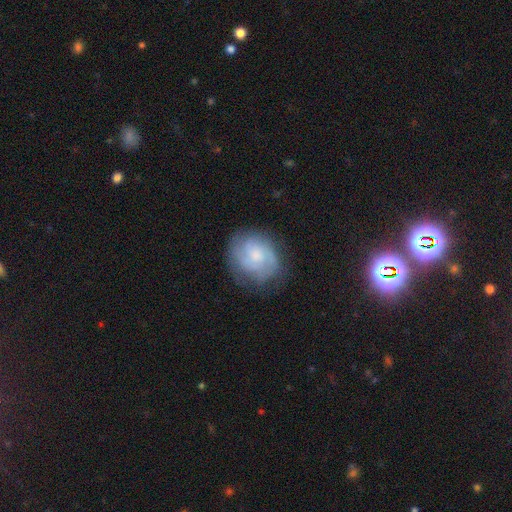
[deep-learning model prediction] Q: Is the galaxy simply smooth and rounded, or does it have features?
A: featured or disk — 67%.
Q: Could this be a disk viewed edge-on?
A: no — 98%.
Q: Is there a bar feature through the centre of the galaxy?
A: no — 67%.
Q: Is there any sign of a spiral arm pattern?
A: yes — 91%.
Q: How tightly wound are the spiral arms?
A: tight — 49%.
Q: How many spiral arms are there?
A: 2 — 36%.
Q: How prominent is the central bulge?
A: small — 39%, tied with moderate.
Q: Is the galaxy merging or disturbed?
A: none — 72%.